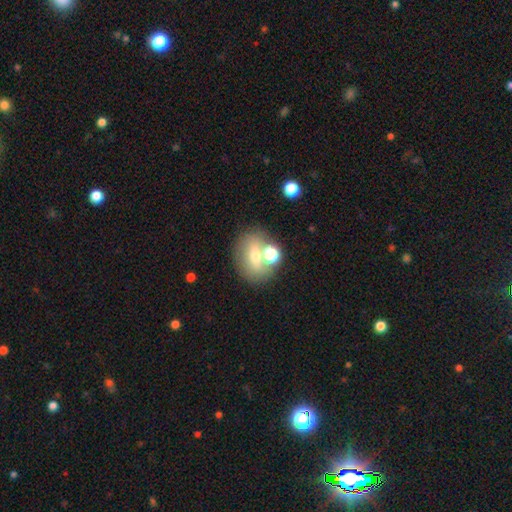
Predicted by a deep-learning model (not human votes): Q: Smooth or featured?
A: smooth (58%); runner-up: featured or disk (28%)
Q: How rounded?
A: round (49%); tied with: in between (49%)
Q: Merging?
A: none (58%); runner-up: merger (23%)